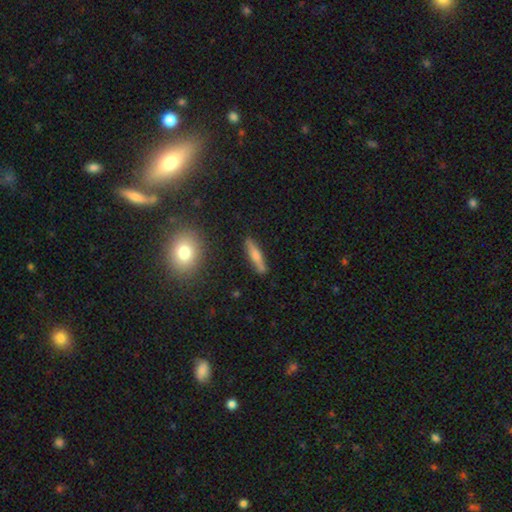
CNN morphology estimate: Smooth or featured: smooth — 64% (featured or disk — 29%)
How rounded: cigar-shaped — 80% (in between — 18%)
Merging: none — 83% (minor disturbance — 11%)